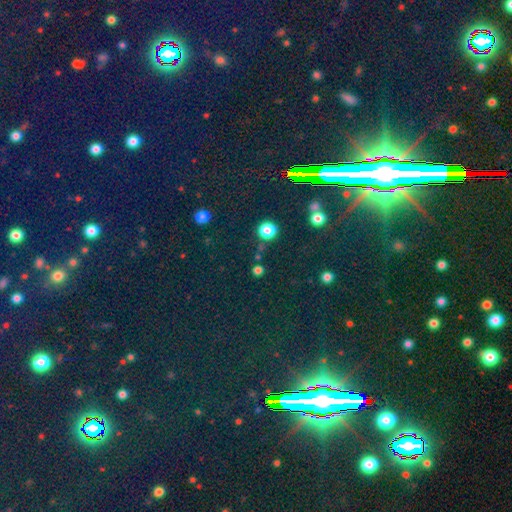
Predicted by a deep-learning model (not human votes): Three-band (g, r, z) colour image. It shows a star or artifact, not a galaxy (80%).